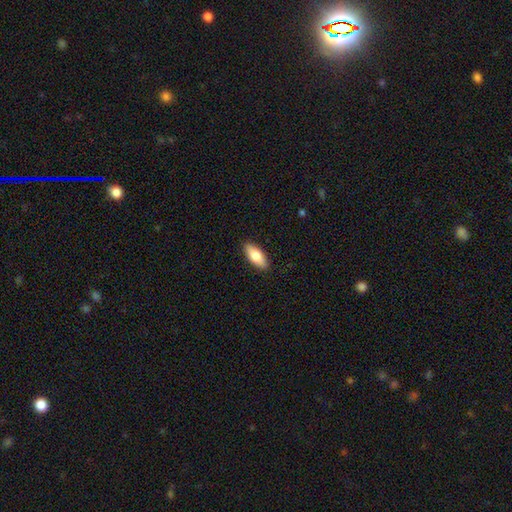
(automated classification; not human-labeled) Overall: smooth (79%). How rounded: in between (81%). Merging: none (90%).